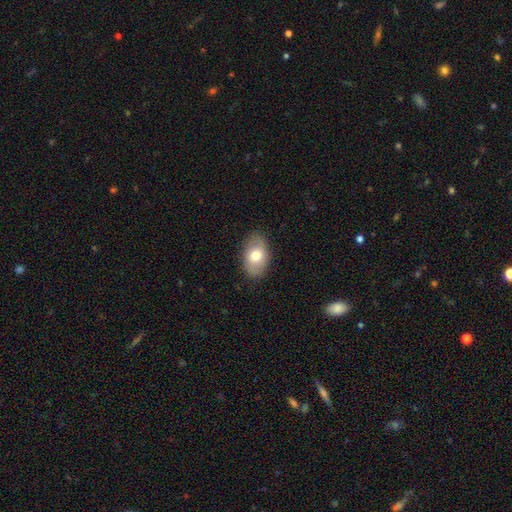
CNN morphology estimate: A smooth galaxy with no disk features (72%) that is in between round and cigar-shaped (89%). Merging: none (85%).